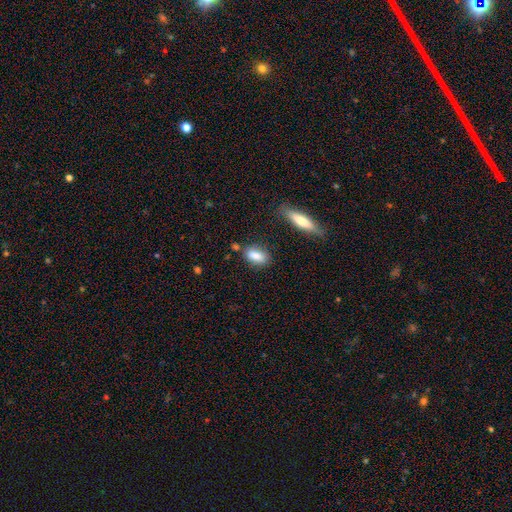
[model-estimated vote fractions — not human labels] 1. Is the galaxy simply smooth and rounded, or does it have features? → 84% smooth, 8% featured or disk, 7% star or artifact.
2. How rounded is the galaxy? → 84% in between, 10% cigar-shaped, 6% round.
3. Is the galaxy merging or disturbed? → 74% none, 16% minor disturbance, 7% merger, 4% major disturbance.